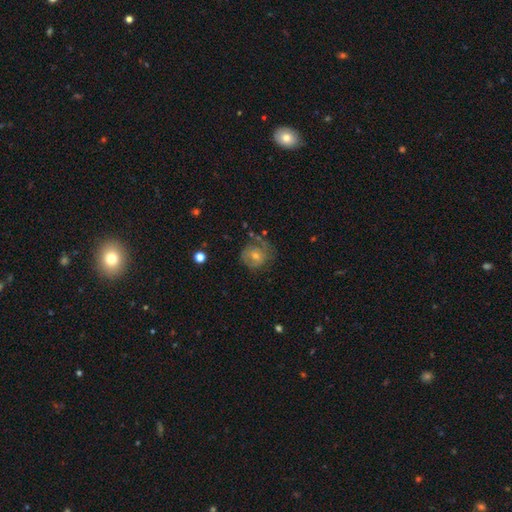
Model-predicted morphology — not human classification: Smooth or featured? featured or disk (56%)
Edge-on disk? no (97%)
Bar? no (70%)
Spiral arms? yes (67%)
Bulge size? moderate (55%)
Merging? none (65%)